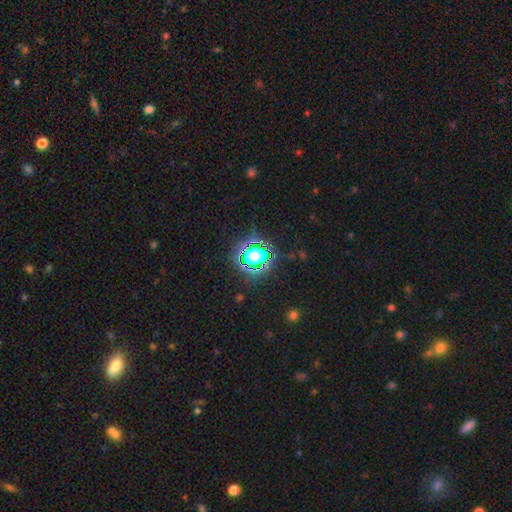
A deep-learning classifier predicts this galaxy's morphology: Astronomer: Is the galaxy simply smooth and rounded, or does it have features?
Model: star or artifact — 79%.